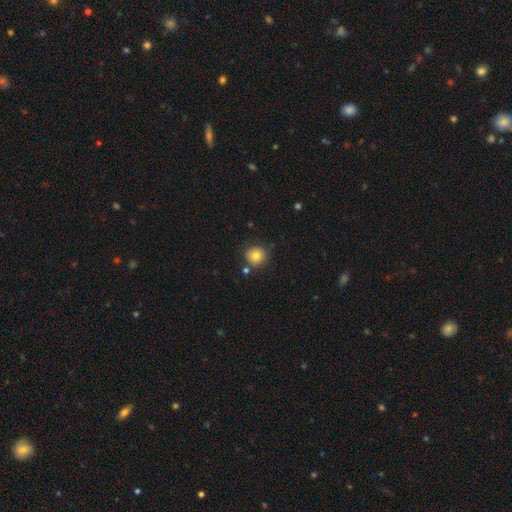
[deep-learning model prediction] Smooth or featured? smooth (79%)
How rounded? round (91%)
Merging? none (78%)